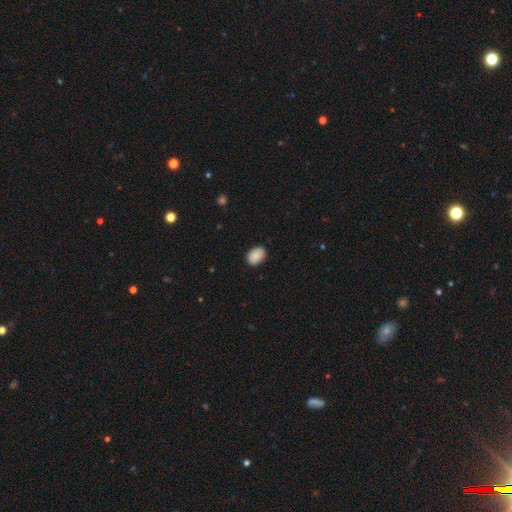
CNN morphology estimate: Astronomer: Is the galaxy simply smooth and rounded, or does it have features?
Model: smooth — 89%.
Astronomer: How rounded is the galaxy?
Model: in between — 80%.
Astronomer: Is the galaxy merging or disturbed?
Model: none — 86%.